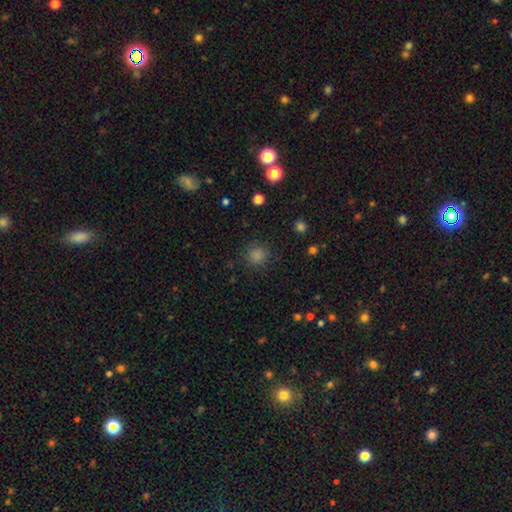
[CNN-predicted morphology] Smooth or featured?
  - smooth: 71% *
  - star or artifact: 24%
  - featured or disk: 5%
How rounded?
  - round: 93% *
  - in between: 5%
  - cigar-shaped: 1%
Merging?
  - none: 89% *
  - minor disturbance: 7%
  - major disturbance: 3%
  - merger: 1%